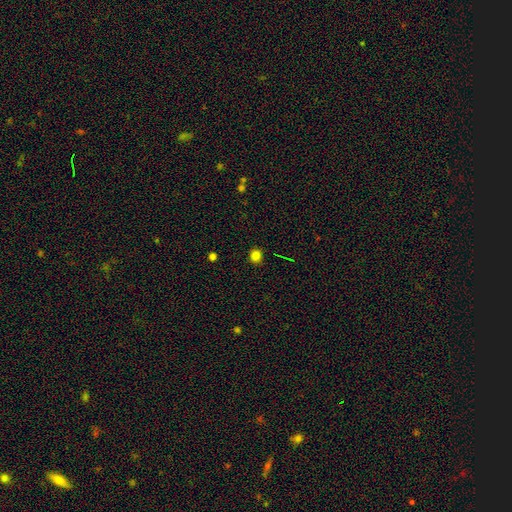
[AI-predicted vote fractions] smooth-or-featured: smooth: 81% | star or artifact: 14% | featured or disk: 5%
  how-rounded: round: 84% | in between: 15% | cigar-shaped: 1%
  merging: none: 90% | minor disturbance: 7% | major disturbance: 2% | merger: 1%